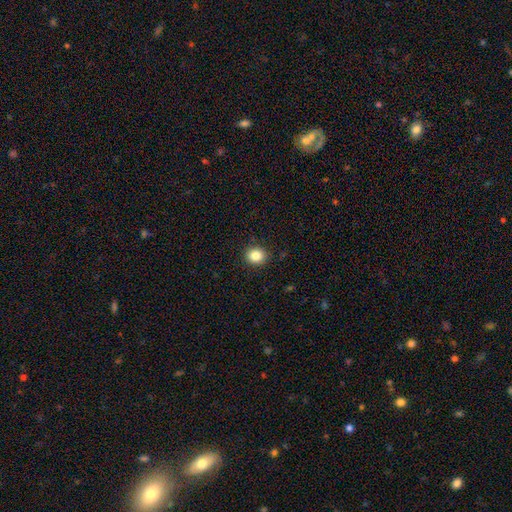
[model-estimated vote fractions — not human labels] Smooth or featured? Predicted: smooth (p=0.84). How rounded? Predicted: round (p=0.74). Merging? Predicted: none (p=0.90).